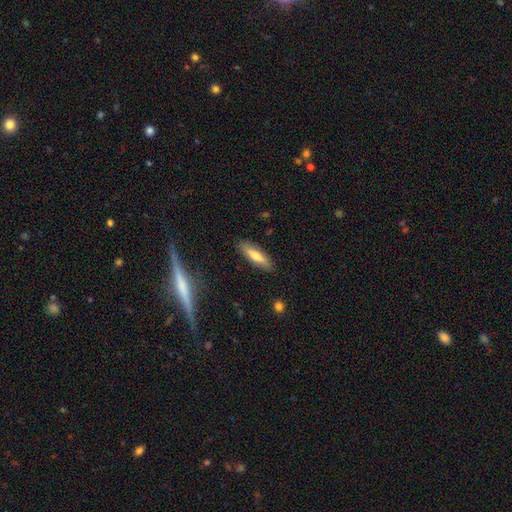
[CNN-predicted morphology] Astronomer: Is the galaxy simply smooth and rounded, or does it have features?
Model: smooth — 64%.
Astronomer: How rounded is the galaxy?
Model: cigar-shaped — 66%.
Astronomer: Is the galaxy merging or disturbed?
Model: none — 87%.